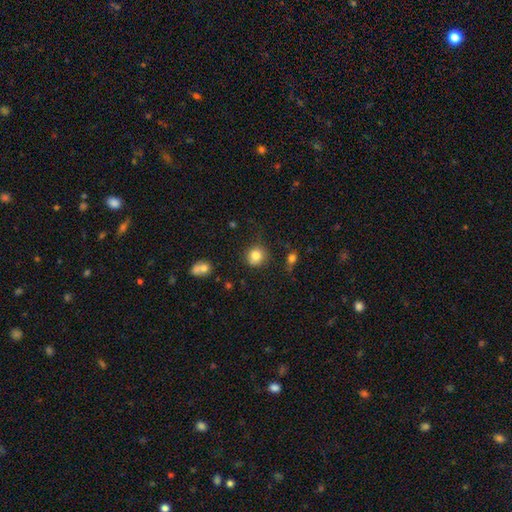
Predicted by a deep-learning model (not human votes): This is clearly a smooth galaxy (82%). How rounded: clearly round (87%). Merging: clearly none (81%).